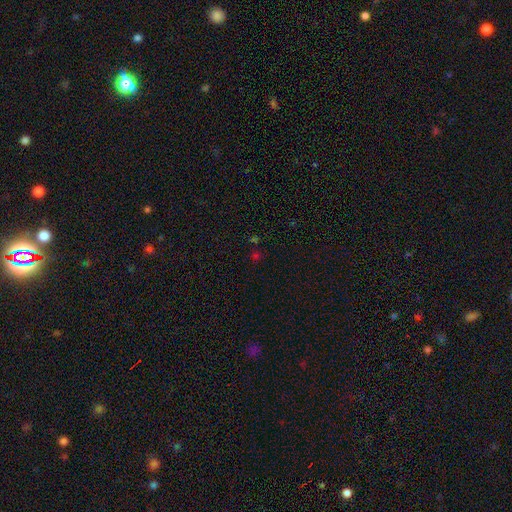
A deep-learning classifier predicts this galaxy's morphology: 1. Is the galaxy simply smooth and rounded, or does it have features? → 52% star or artifact, 40% smooth, 8% featured or disk.